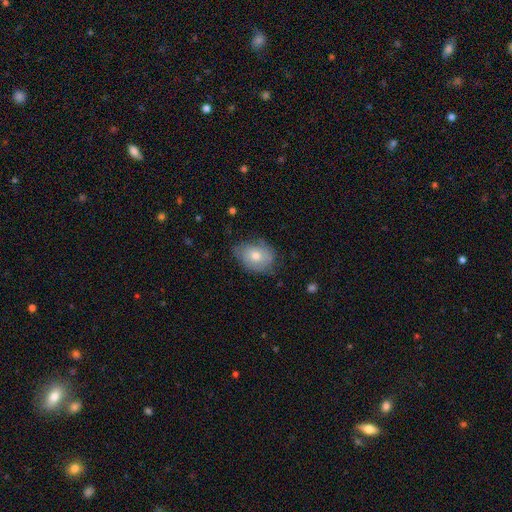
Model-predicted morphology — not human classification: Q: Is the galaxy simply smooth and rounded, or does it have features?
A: smooth — 68%.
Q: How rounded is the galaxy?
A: in between — 71%.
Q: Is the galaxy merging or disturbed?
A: none — 60%.